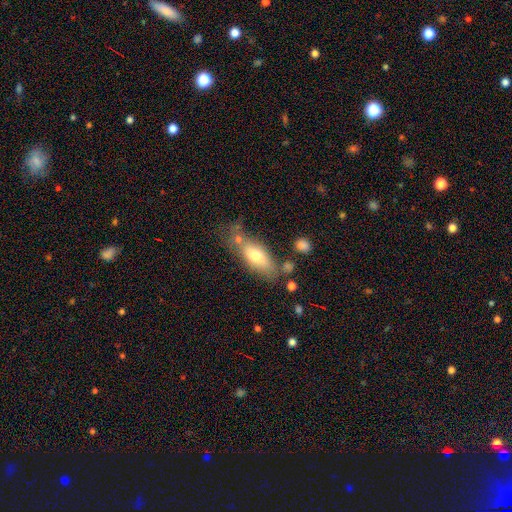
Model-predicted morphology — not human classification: type=smooth (69%); roundness=in between (74%); merging=none (59%).